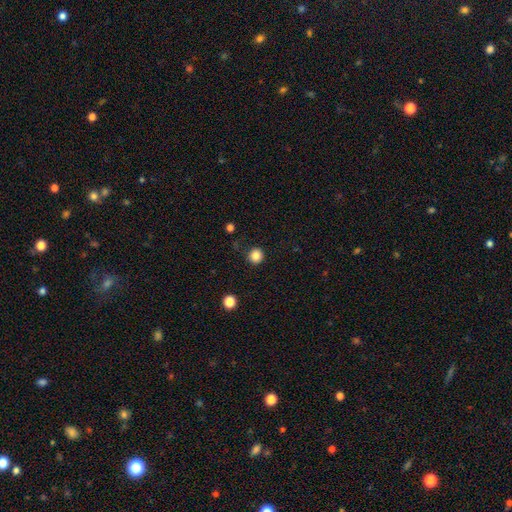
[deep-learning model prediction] Smooth or featured? Predicted: smooth (p=0.85). How rounded? Predicted: round (p=0.93). Merging? Predicted: none (p=0.90).